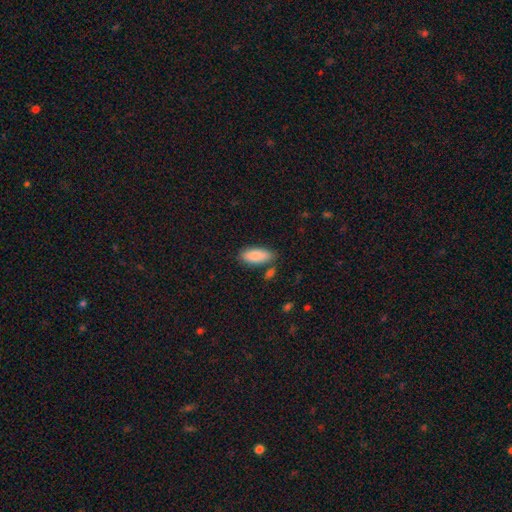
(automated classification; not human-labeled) A smooth galaxy with no disk features (87%) that is in between round and cigar-shaped (86%). Merging: none (76%).